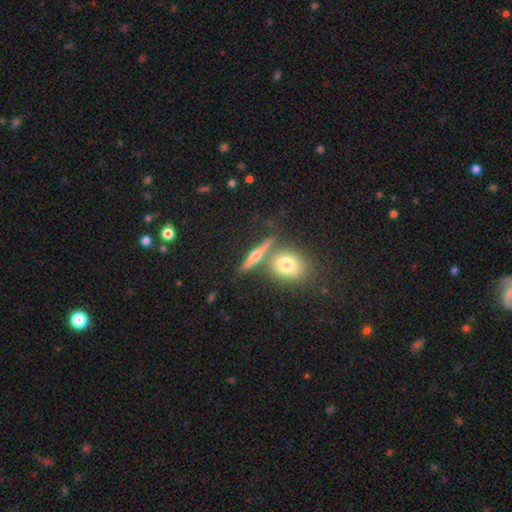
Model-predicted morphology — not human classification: Smooth or featured? Predicted: featured or disk (p=0.50). Merging? Predicted: none (p=0.73).